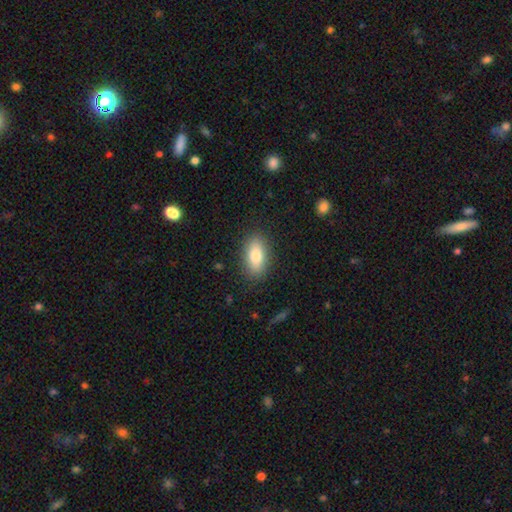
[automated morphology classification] smooth_or_featured: smooth (p=0.80) [alt: featured or disk p=0.13]
how_rounded: in between (p=0.87) [alt: cigar-shaped p=0.07]
merging: none (p=0.87) [alt: minor disturbance p=0.09]